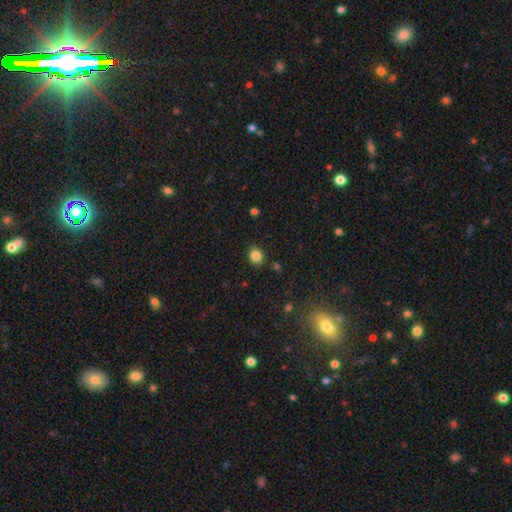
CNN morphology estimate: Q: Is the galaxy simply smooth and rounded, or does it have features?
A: smooth — 84%.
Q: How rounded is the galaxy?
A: round — 67%.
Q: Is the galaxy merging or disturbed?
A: none — 87%.